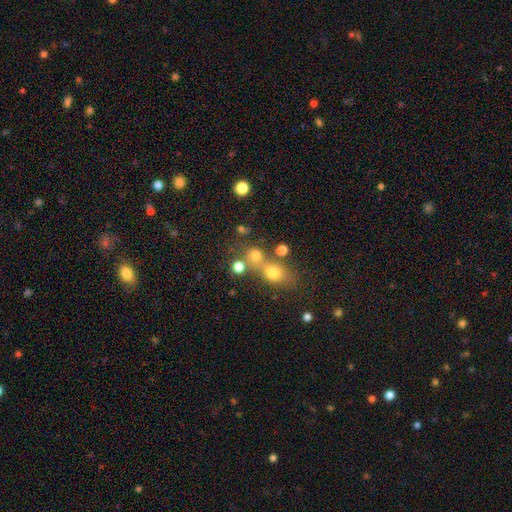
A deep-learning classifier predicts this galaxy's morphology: This appears to be a smooth galaxy with no disk features (70%) that is round (76%). Merging: none (47%).